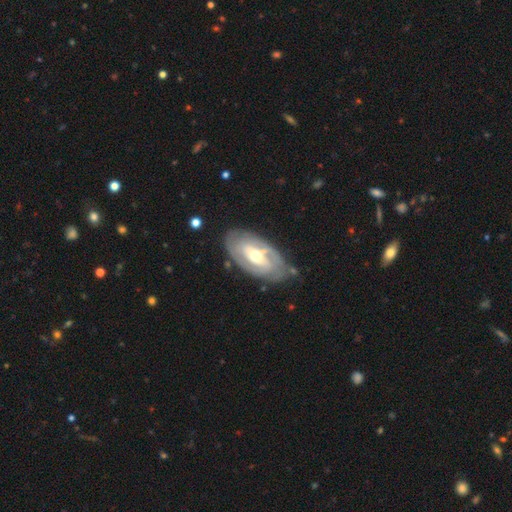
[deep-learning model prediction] Smooth or featured? Predicted: featured or disk (p=0.78). Edge-on disk? Predicted: no (p=0.93). Bar? Predicted: weak (p=0.40). Spiral arms? Predicted: yes (p=0.80). Spiral winding? Predicted: tight (p=0.56). Spiral arm count? Predicted: 2 (p=0.60). Bulge size? Predicted: moderate (p=0.67). Merging? Predicted: none (p=0.75).